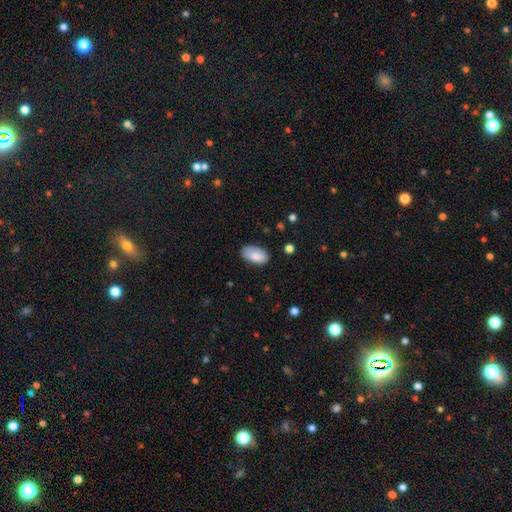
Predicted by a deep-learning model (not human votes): Overall: smooth (85%). How rounded: in between (95%). Merging: none (75%).